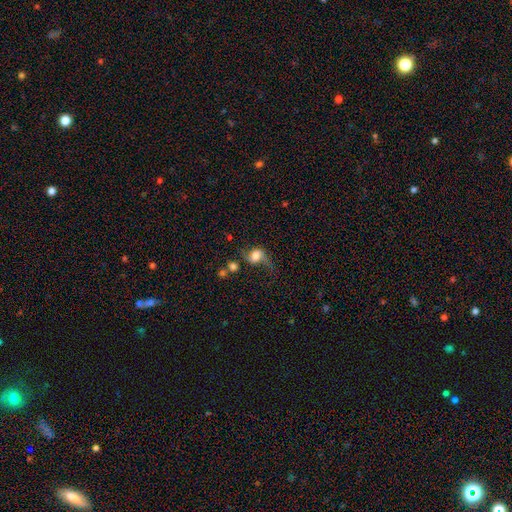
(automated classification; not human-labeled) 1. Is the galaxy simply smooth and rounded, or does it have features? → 46% featured or disk, 43% smooth, 11% star or artifact.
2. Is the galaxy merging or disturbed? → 41% none, 28% major disturbance, 22% minor disturbance, 10% merger.